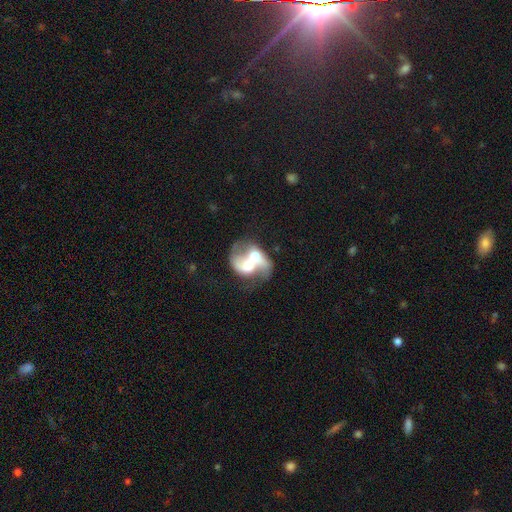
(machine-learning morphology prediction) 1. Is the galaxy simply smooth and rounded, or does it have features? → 67% featured or disk, 26% smooth, 7% star or artifact.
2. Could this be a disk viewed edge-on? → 97% no, 3% yes.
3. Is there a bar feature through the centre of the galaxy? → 67% no, 24% weak, 9% strong.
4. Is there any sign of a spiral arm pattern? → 62% yes, 38% no.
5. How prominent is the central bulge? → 50% moderate, 21% large, 16% small, 9% none, 4% dominant.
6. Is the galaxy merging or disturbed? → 71% merger, 12% none, 11% major disturbance, 6% minor disturbance.